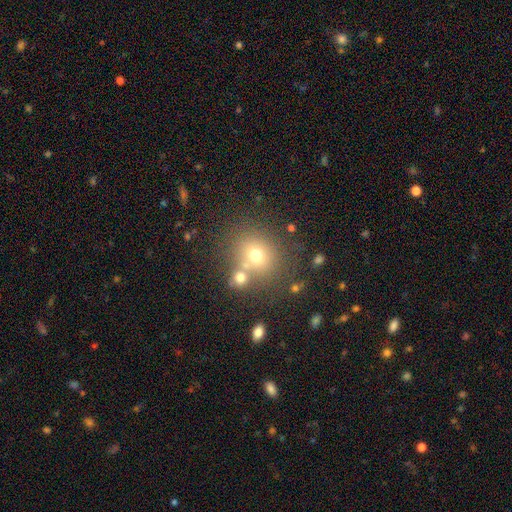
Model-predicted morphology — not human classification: Smooth or featured?
  - smooth: 67% *
  - star or artifact: 18%
  - featured or disk: 15%
How rounded?
  - round: 77% *
  - in between: 22%
  - cigar-shaped: 1%
Merging?
  - none: 62% *
  - merger: 23%
  - minor disturbance: 10%
  - major disturbance: 5%